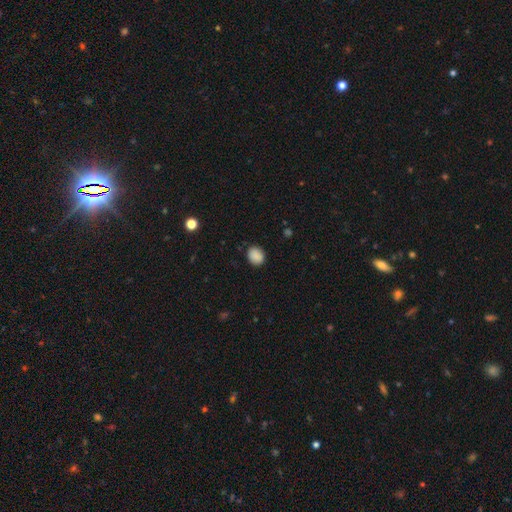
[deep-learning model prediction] The model was most divided on "how rounded": round: 62%, in between: 37%, cigar-shaped: 1%. More confident: smooth or featured — smooth (88%); merging — none (85%).